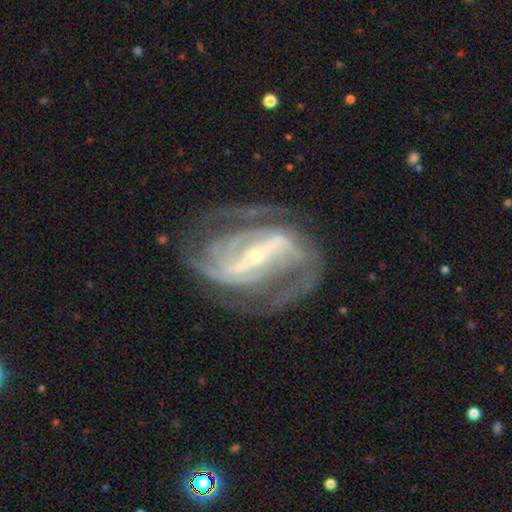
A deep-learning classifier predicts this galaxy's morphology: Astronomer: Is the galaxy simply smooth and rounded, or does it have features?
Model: featured or disk — 91%.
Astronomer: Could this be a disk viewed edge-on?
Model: no — 96%.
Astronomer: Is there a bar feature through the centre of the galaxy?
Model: strong — 75%.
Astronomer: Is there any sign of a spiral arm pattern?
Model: yes — 97%.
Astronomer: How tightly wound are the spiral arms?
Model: medium — 48% (runner-up: tight, 38%).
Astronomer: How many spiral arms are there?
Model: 2 — 55%.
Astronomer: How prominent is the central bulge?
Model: small — 79%.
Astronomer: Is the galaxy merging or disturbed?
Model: none — 69%.